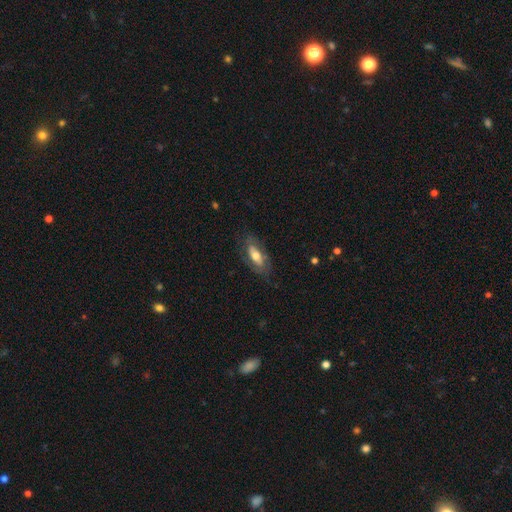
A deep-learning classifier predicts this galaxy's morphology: Smooth or featured? Predicted: featured or disk (p=0.48). Merging? Predicted: none (p=0.73).